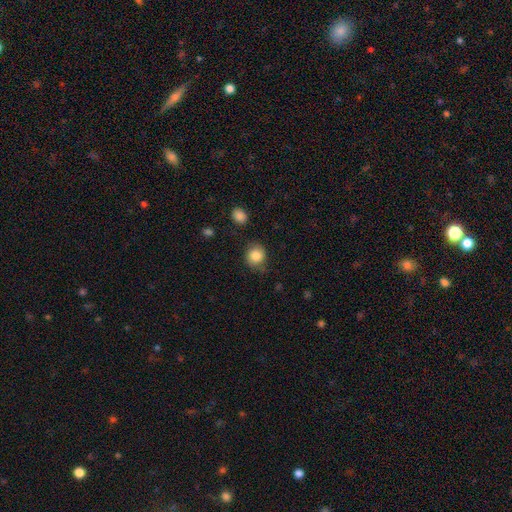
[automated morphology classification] smooth_or_featured: smooth (p=0.84) [alt: star or artifact p=0.09]
how_rounded: round (p=0.79) [alt: in between p=0.20]
merging: none (p=0.76) [alt: minor disturbance p=0.17]